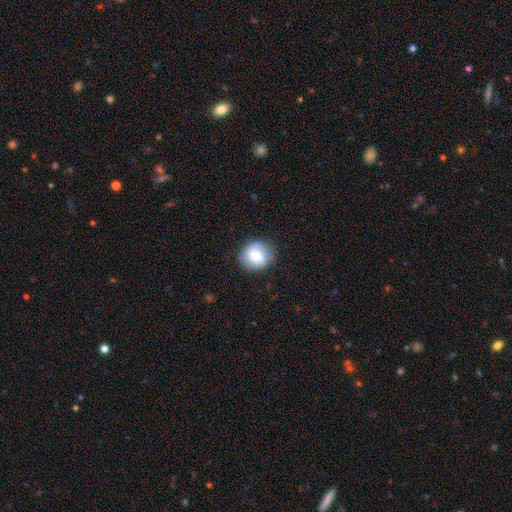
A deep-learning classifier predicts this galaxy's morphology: Overall: smooth (72%). How rounded: round (83%). Merging: none (80%).